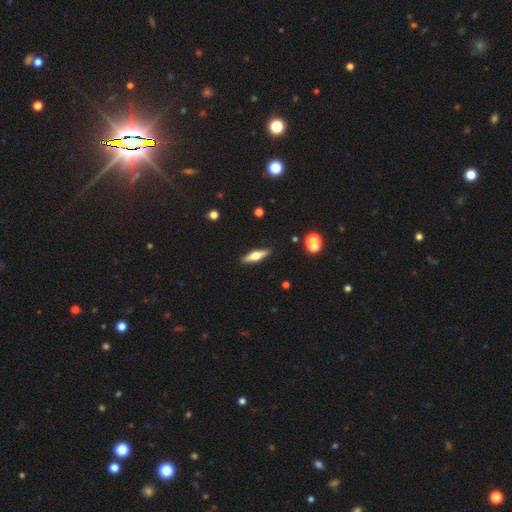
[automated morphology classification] Overall: featured or disk (50%; smooth 43%). Merging: none (89%).